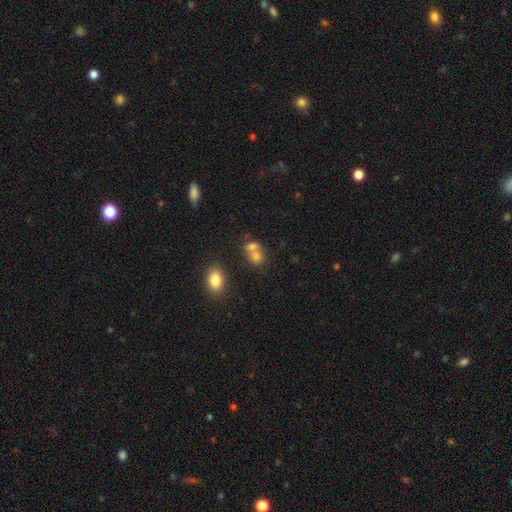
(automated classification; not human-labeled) Overall: smooth (73%). How rounded: round (57%; in between 42%). Merging: merger (58%; none 30%).